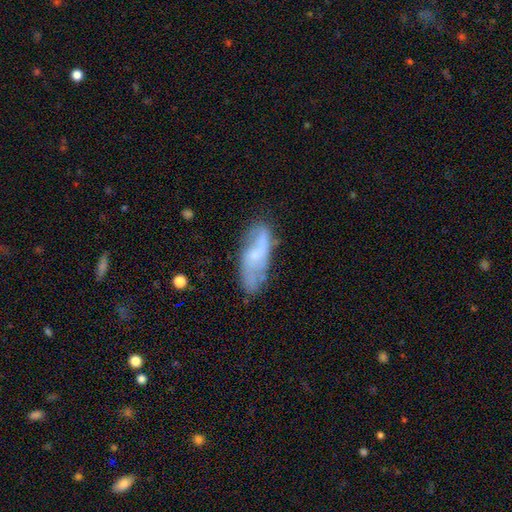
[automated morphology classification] A featured or disk galaxy (52%). Merging: none (58%).